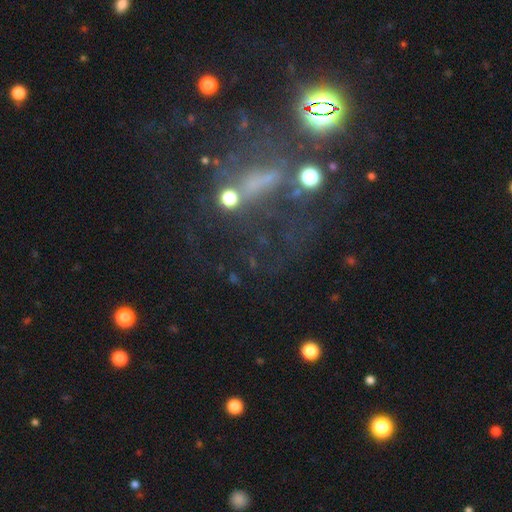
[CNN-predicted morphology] This appears to be a star or artifact, not a galaxy (47%).